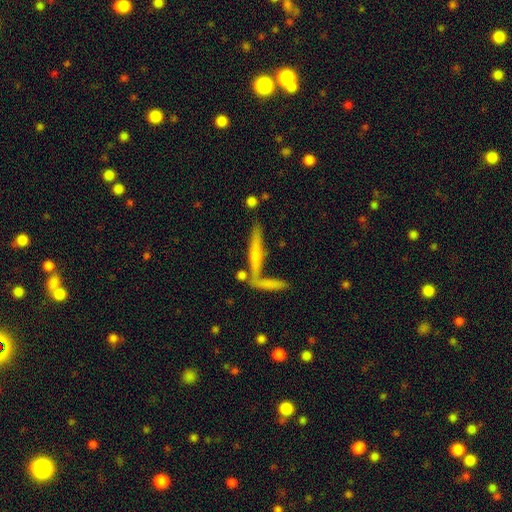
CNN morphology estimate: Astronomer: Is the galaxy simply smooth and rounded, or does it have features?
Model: featured or disk — 49% (runner-up: smooth, 42%).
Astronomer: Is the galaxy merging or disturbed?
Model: none — 60%.